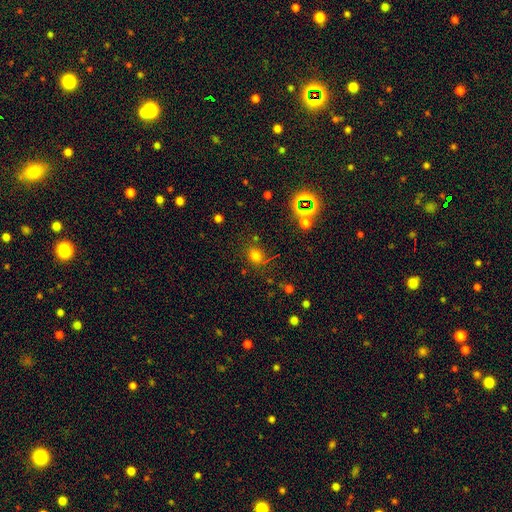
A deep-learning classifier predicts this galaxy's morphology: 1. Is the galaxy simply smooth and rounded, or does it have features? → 69% smooth, 22% star or artifact, 9% featured or disk.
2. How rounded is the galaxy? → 68% round, 30% in between, 1% cigar-shaped.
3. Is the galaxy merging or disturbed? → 74% none, 14% minor disturbance, 6% major disturbance, 5% merger.